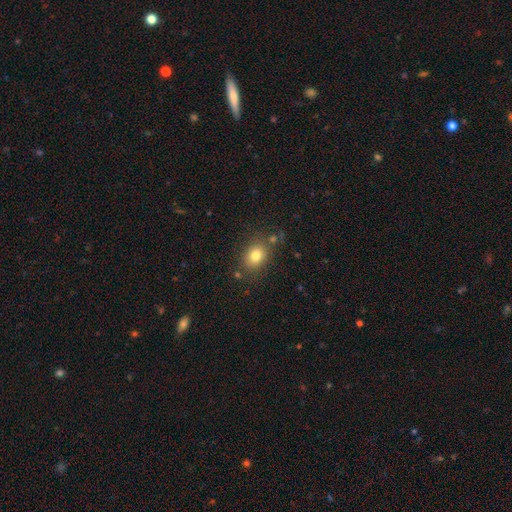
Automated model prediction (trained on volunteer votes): Morphology: type=smooth (79%); roundness=in between (54%); merging=none (78%).